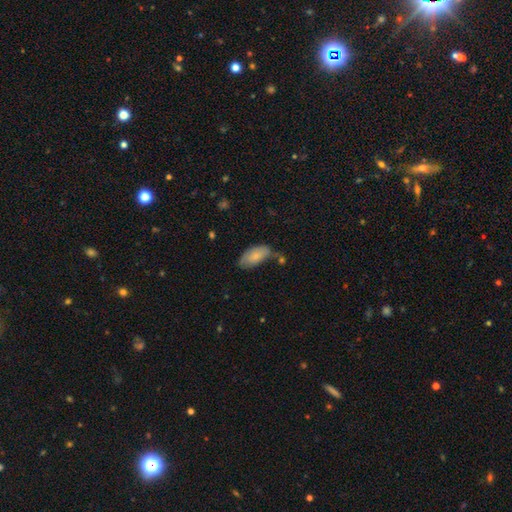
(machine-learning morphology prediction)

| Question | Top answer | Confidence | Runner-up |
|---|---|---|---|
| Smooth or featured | smooth | 79% | featured or disk (15%) |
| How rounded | in between | 92% | cigar-shaped (6%) |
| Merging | none | 48% | minor disturbance (33%) |